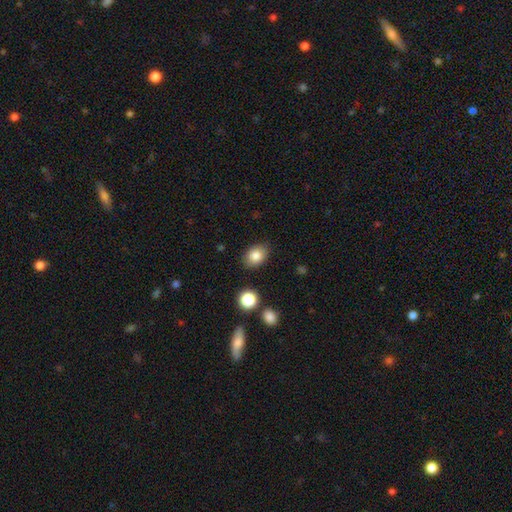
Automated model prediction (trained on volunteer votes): Morphology: type=smooth (83%); roundness=in between (67%); merging=none (85%).